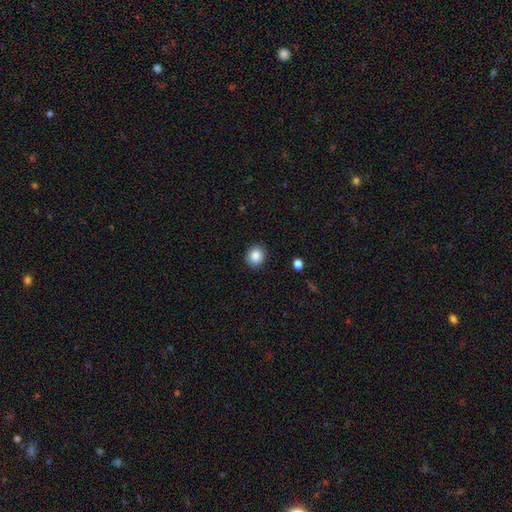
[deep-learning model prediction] This is clearly a smooth galaxy (86%). How rounded: likely round (75%). Merging: clearly none (89%).